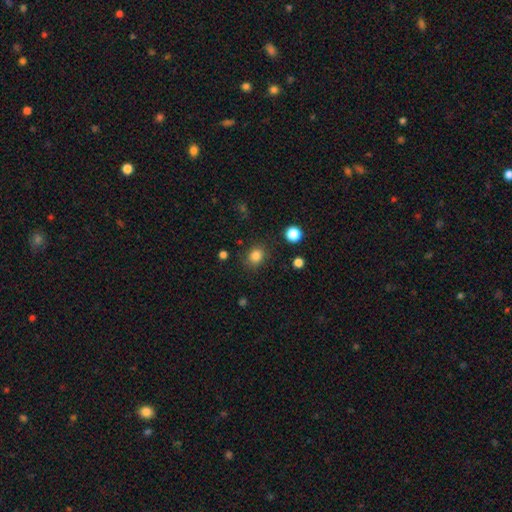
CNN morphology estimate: This is clearly a smooth galaxy (83%). How rounded: likely round (71%). Merging: clearly none (83%).